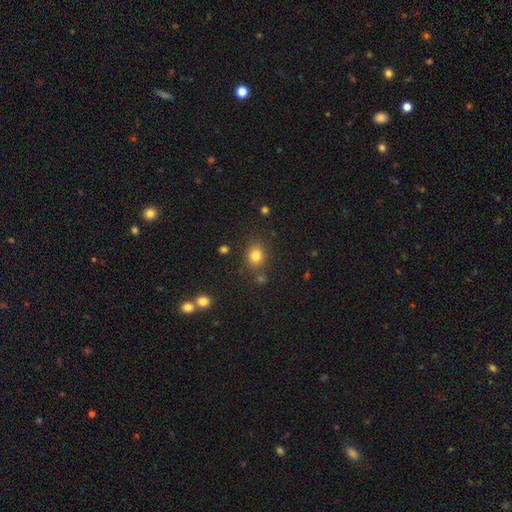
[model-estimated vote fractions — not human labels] This is clearly a smooth galaxy (81%). How rounded: likely round (65%). Merging: likely none (79%).